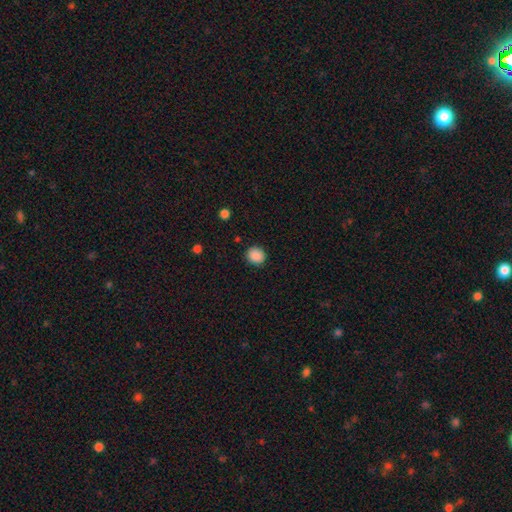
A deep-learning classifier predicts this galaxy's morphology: type=smooth (88%); roundness=round (83%); merging=none (89%).